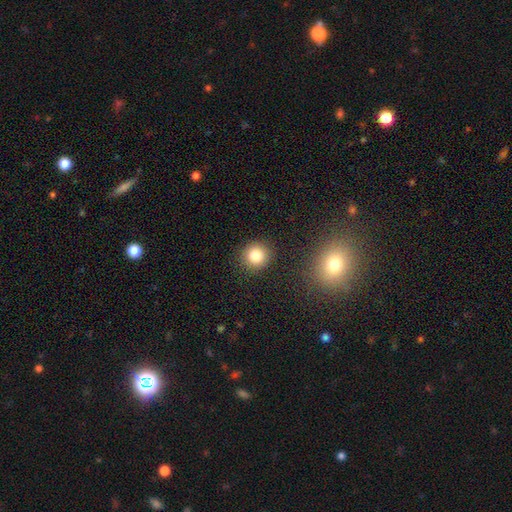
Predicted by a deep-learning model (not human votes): Smooth or featured? Predicted: smooth (p=0.82). How rounded? Predicted: round (p=0.90). Merging? Predicted: none (p=0.89).